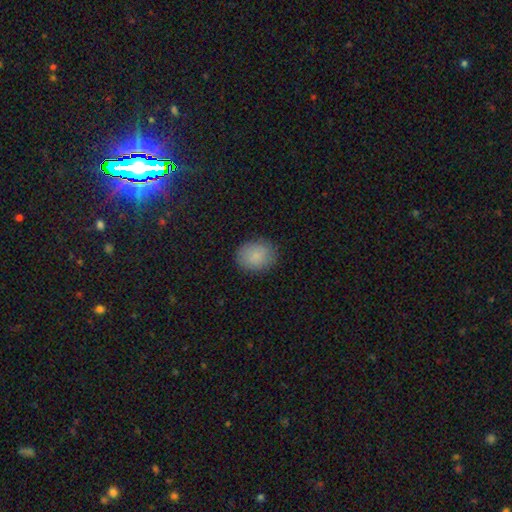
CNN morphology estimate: Smooth or featured: smooth — 84% (star or artifact — 8%)
How rounded: round — 53% (in between — 46%)
Merging: none — 85% (minor disturbance — 11%)